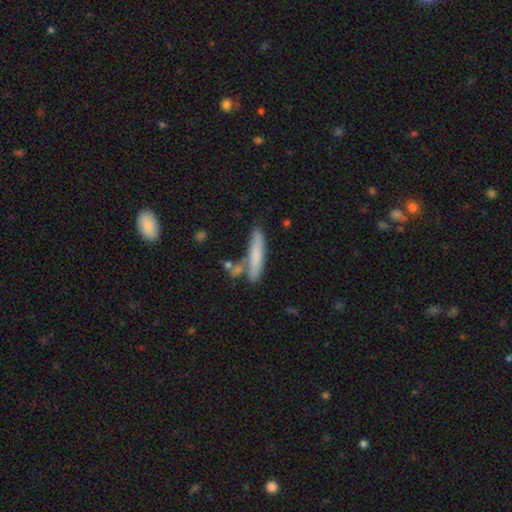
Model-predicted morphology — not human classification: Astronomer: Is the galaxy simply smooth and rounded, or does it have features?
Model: smooth — 72%.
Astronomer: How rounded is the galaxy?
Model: cigar-shaped — 88%.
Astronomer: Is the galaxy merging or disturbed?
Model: none — 71%.